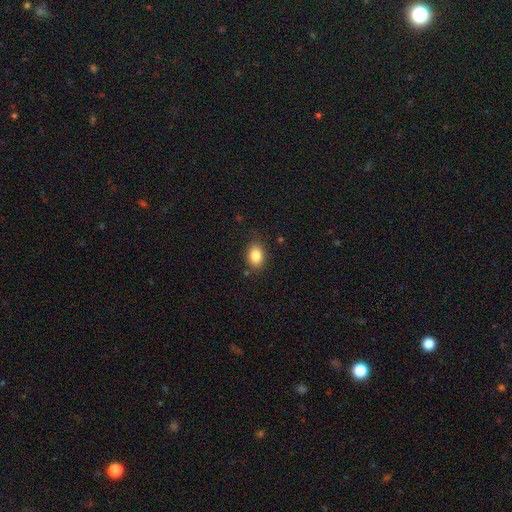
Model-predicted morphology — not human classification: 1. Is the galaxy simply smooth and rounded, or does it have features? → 85% smooth, 9% star or artifact, 7% featured or disk.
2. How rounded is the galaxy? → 76% in between, 22% round, 1% cigar-shaped.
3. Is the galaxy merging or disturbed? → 82% none, 13% minor disturbance, 3% major disturbance, 2% merger.